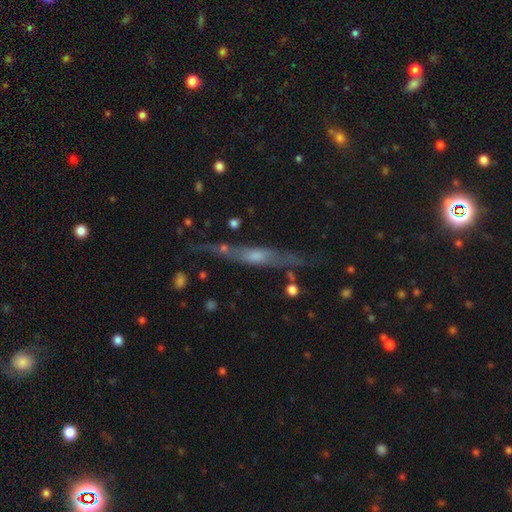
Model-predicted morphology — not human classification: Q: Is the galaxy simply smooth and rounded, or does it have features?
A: featured or disk — 66%.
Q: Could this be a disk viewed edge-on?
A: yes — 87%.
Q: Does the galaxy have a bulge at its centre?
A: rounded — 58%.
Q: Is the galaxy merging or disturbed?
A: none — 72%.